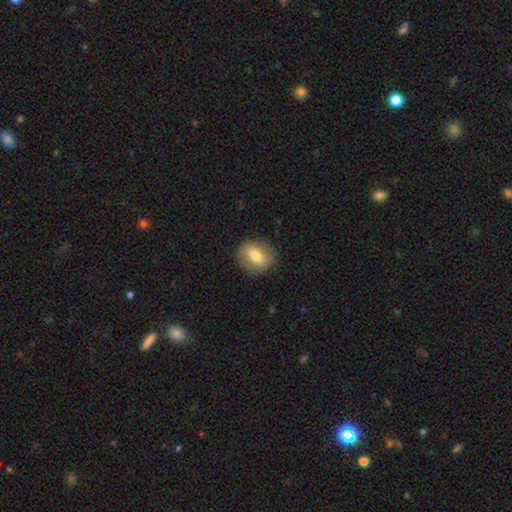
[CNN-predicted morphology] smooth-or-featured: smooth: 67% | featured or disk: 25% | star or artifact: 8%
  how-rounded: round: 58% | in between: 41% | cigar-shaped: 2%
  merging: none: 85% | minor disturbance: 11% | major disturbance: 3% | merger: 1%